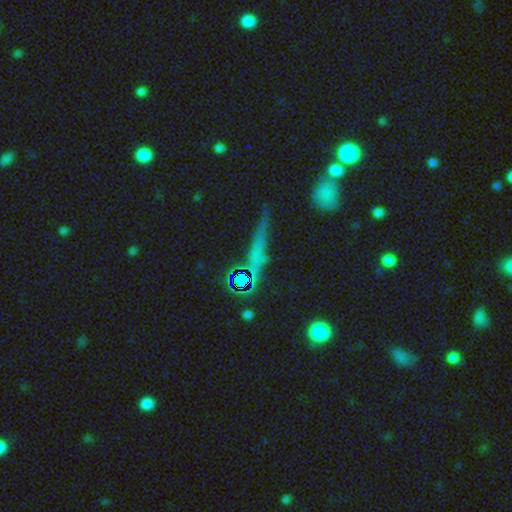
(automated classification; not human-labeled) Smooth or featured? Predicted: star or artifact (p=0.47).